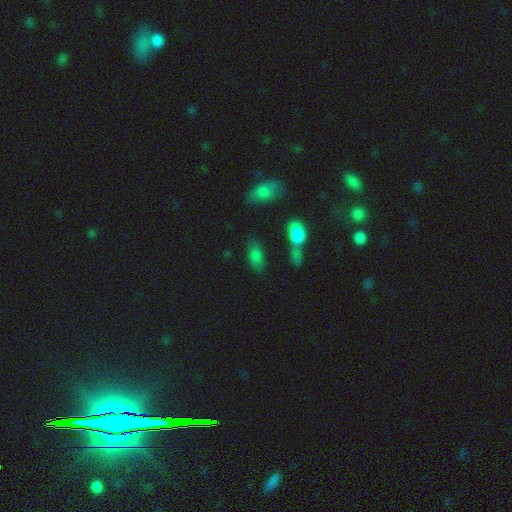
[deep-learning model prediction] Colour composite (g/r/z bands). It shows a smooth galaxy with no disk features (76%) that is in between round and cigar-shaped (85%). Merging: none (66%).